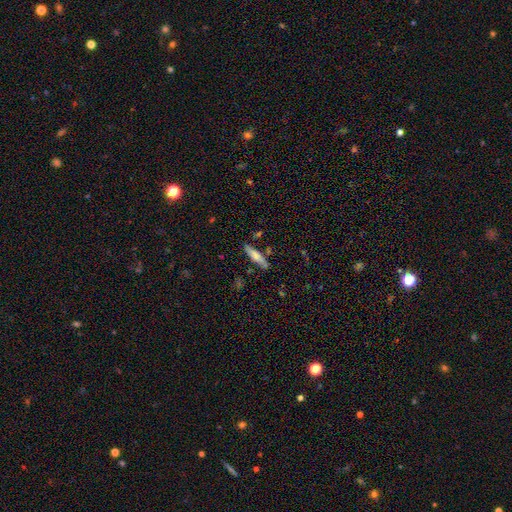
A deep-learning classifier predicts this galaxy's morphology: A smooth galaxy with no disk features (68%) that is cigar-shaped (80%). Merging: none (80%).